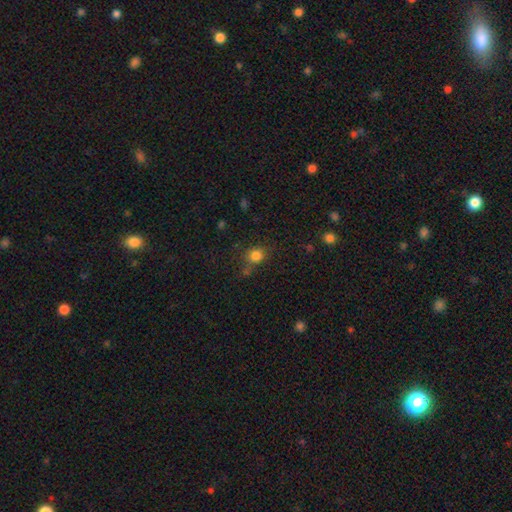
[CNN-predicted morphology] Overall: smooth (80%). How rounded: round (75%). Merging: none (66%).